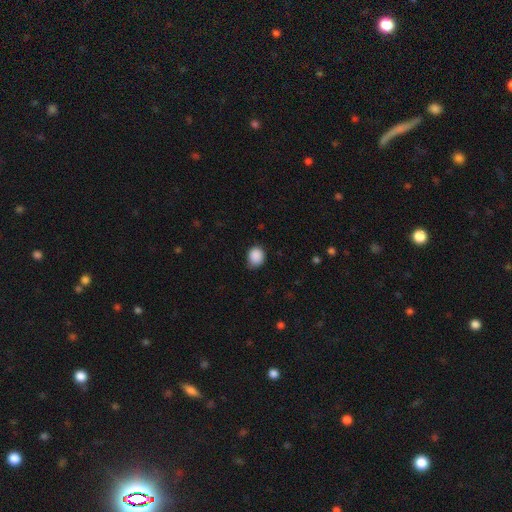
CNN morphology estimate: smooth-or-featured: smooth: 89% | star or artifact: 8% | featured or disk: 3%
  how-rounded: round: 68% | in between: 31% | cigar-shaped: 1%
  merging: none: 72% | minor disturbance: 23% | major disturbance: 4% | merger: 1%